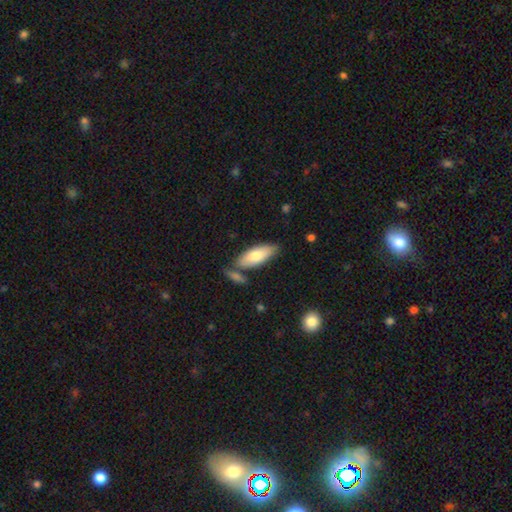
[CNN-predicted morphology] Q: Smooth or featured?
A: smooth (77%); runner-up: featured or disk (18%)
Q: How rounded?
A: in between (76%); runner-up: cigar-shaped (22%)
Q: Merging?
A: none (72%); runner-up: minor disturbance (14%)